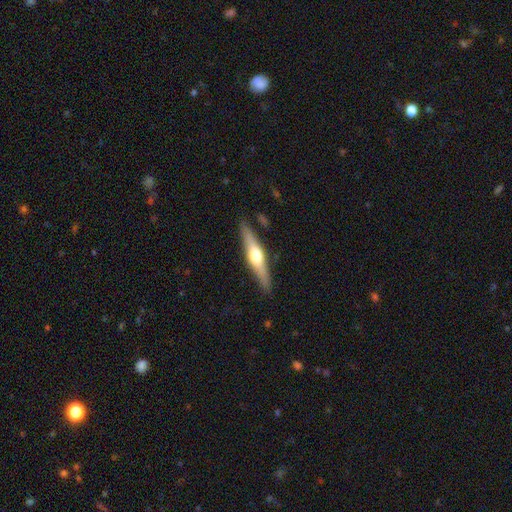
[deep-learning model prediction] This is likely a featured or disk galaxy (63%). It is clearly viewed edge-on (96%). Edge-on bulge: clearly rounded (93%). Merging: clearly none (88%).